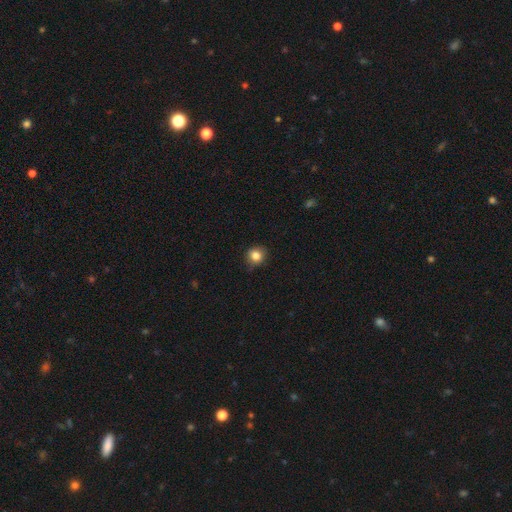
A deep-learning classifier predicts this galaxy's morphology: This is clearly a smooth galaxy (84%). How rounded: clearly round (86%). Merging: clearly none (82%).